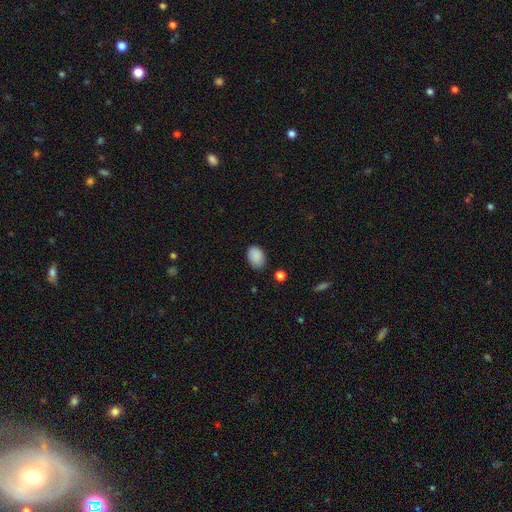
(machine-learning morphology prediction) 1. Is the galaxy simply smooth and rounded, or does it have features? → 89% smooth, 7% star or artifact, 4% featured or disk.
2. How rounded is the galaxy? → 83% in between, 16% round, 1% cigar-shaped.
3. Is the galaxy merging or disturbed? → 81% none, 15% minor disturbance, 3% major disturbance, 2% merger.